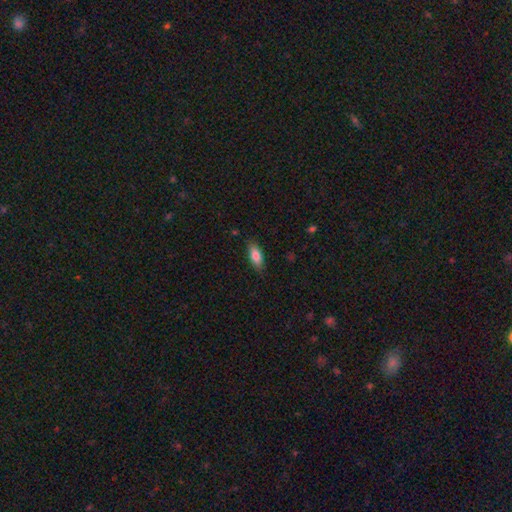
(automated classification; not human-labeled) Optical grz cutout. It shows a smooth galaxy with no disk features (82%) that is in between round and cigar-shaped (78%). Merging: none (85%).